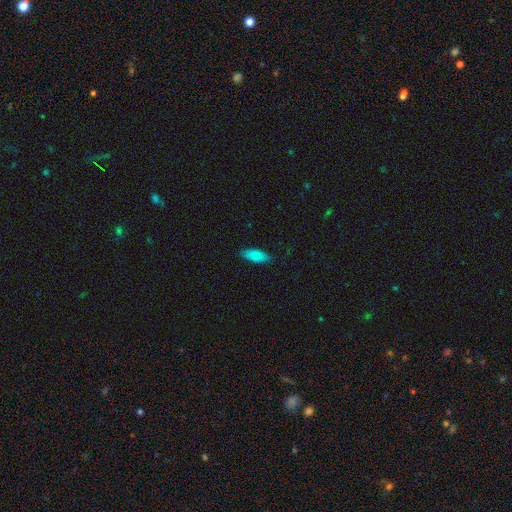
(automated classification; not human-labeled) Smooth or featured: smooth — 68% (featured or disk — 25%)
How rounded: in between — 80% (cigar-shaped — 17%)
Merging: none — 88% (minor disturbance — 10%)